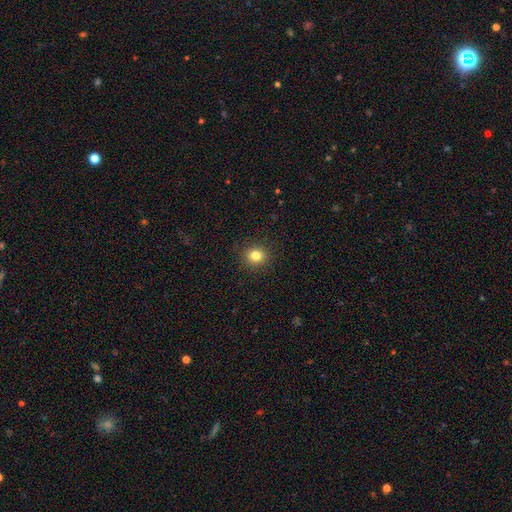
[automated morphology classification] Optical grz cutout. It shows a smooth galaxy with no disk features (82%) that is round (86%). Merging: none (91%).